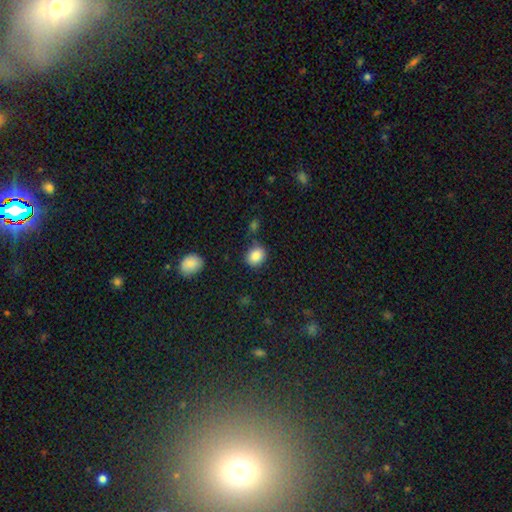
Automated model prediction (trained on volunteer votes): Smooth or featured: smooth — 86% (star or artifact — 9%)
How rounded: round — 59% (in between — 40%)
Merging: none — 81% (minor disturbance — 12%)